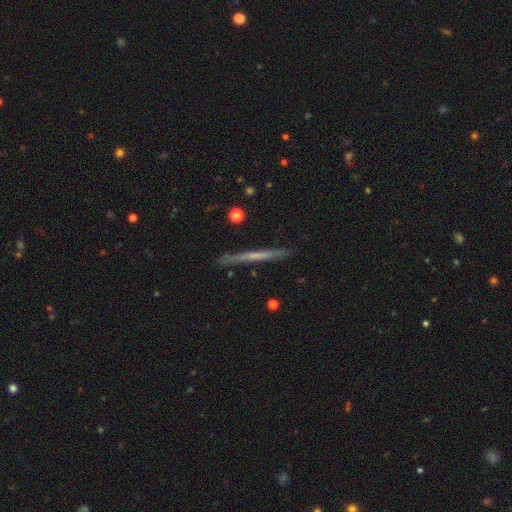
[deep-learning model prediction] Smooth or featured?
  - featured or disk: 55% *
  - smooth: 39%
  - star or artifact: 6%
Edge-on disk?
  - yes: 97% *
  - no: 3%
Edge-on bulge?
  - none: 84% *
  - rounded: 11%
  - boxy: 5%
Merging?
  - none: 89% *
  - minor disturbance: 8%
  - major disturbance: 2%
  - merger: 1%